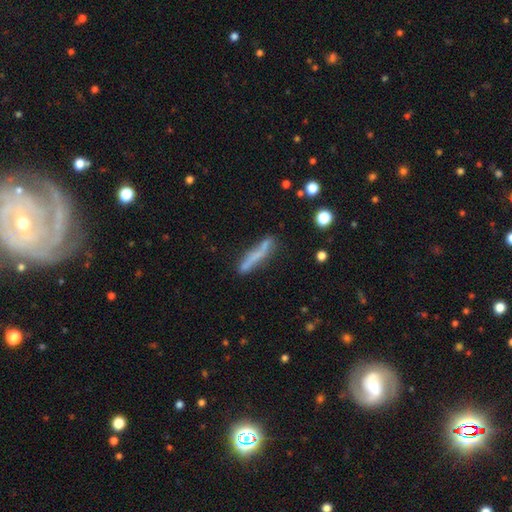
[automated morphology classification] Smooth or featured? Predicted: smooth (p=0.55). How rounded? Predicted: cigar-shaped (p=0.91). Merging? Predicted: none (p=0.70).